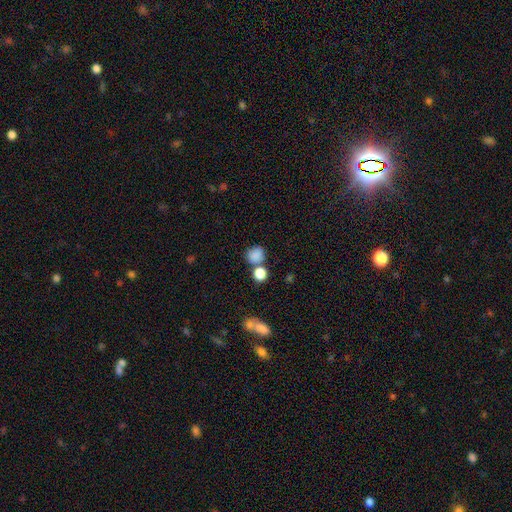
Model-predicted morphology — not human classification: Smooth or featured?
  - smooth: 83% *
  - star or artifact: 11%
  - featured or disk: 6%
How rounded?
  - round: 72% *
  - in between: 27%
  - cigar-shaped: 1%
Merging?
  - none: 56% *
  - merger: 27%
  - minor disturbance: 12%
  - major disturbance: 5%